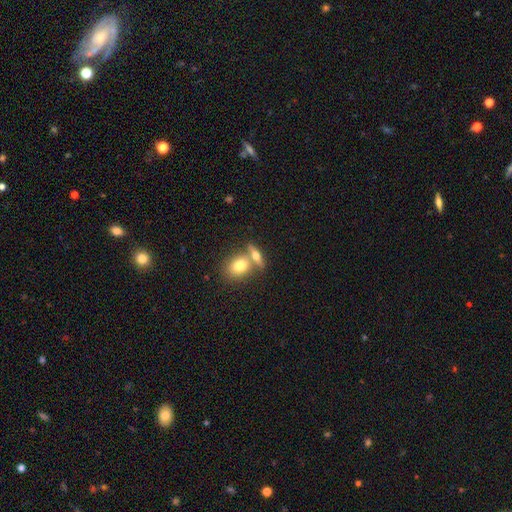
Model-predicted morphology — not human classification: A smooth galaxy with no disk features (58%) that is in between round and cigar-shaped (57%).

Vote fractions:
- Smooth or featured? smooth: 58% / featured or disk: 34% / star or artifact: 8%
- How rounded? in between: 57% / cigar-shaped: 22% / round: 21%
- Merging? none: 49% / merger: 39% / minor disturbance: 8% / major disturbance: 3%